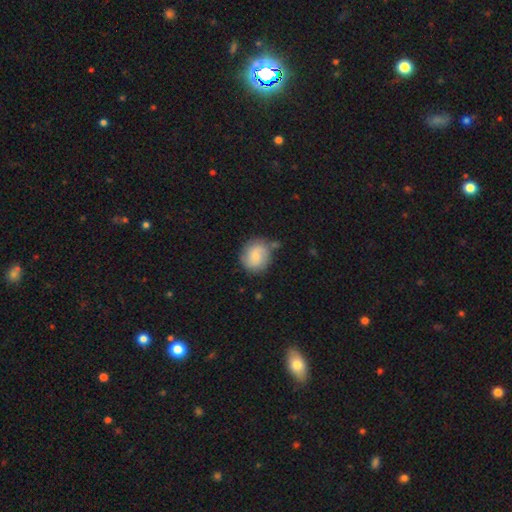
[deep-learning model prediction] This is likely a smooth galaxy (72%). How rounded: likely round (78%). Merging: likely none (63%).